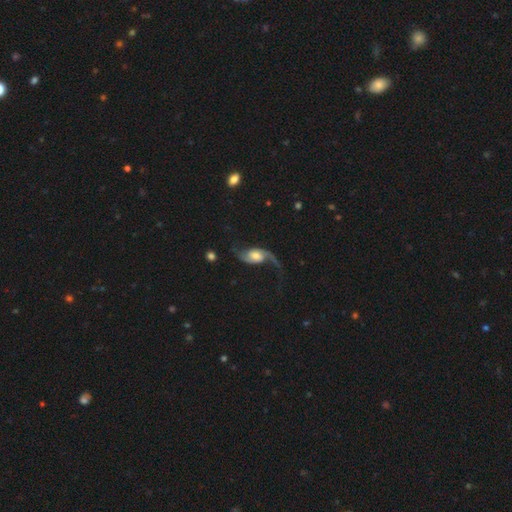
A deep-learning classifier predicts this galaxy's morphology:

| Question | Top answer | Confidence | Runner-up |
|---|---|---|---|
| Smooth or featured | featured or disk | 85% | smooth (9%) |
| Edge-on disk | no | 96% | yes (4%) |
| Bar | no | 54% | weak (34%) |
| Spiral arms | yes | 96% | no (4%) |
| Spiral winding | loose | 84% | medium (12%) |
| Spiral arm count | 2 | 91% | 1 (5%) |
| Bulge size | moderate | 49% | small (22%) |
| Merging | none | 62% | major disturbance (19%) |